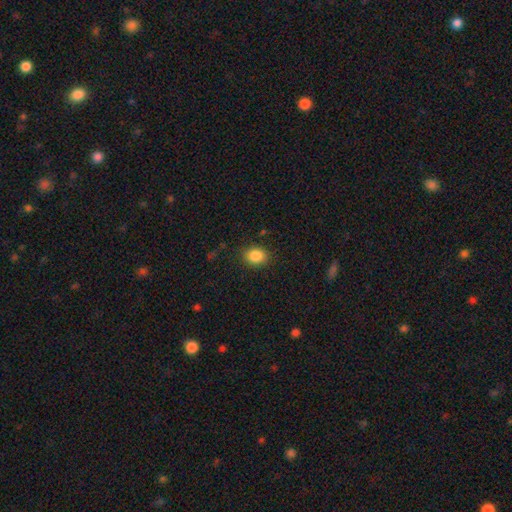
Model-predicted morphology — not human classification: Q: Smooth or featured?
A: smooth (86%); runner-up: star or artifact (9%)
Q: How rounded?
A: in between (53%); runner-up: round (46%)
Q: Merging?
A: none (87%); runner-up: minor disturbance (9%)